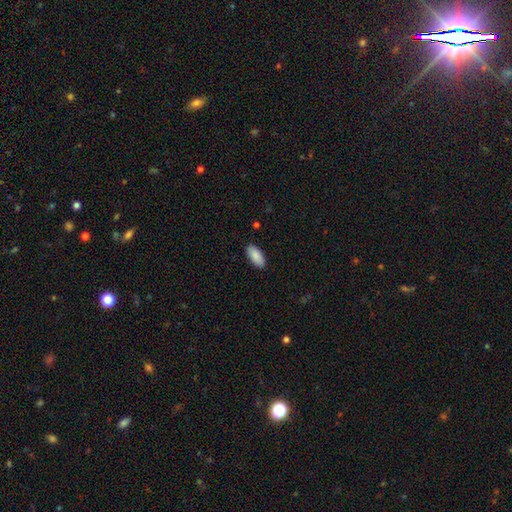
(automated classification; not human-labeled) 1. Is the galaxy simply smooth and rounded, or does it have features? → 89% smooth, 6% star or artifact, 5% featured or disk.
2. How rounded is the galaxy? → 90% in between, 9% cigar-shaped, 2% round.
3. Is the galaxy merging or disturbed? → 89% none, 8% minor disturbance, 2% major disturbance, 1% merger.